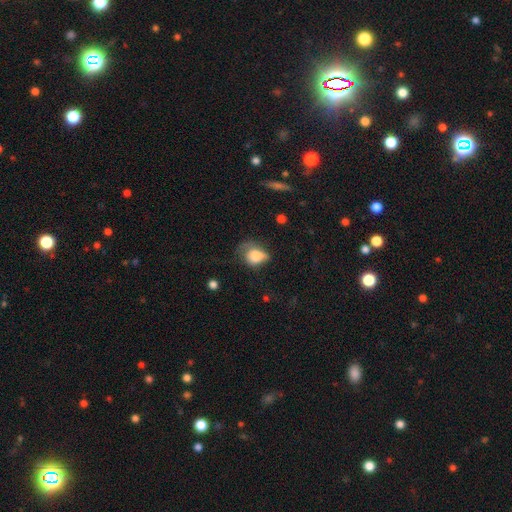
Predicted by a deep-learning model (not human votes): The model was most divided on "merging" (2-way tie): major disturbance: 35%, minor disturbance: 35%, none: 27%, merger: 4%. More confident: smooth or featured — smooth (76%); how rounded — in between (57%).